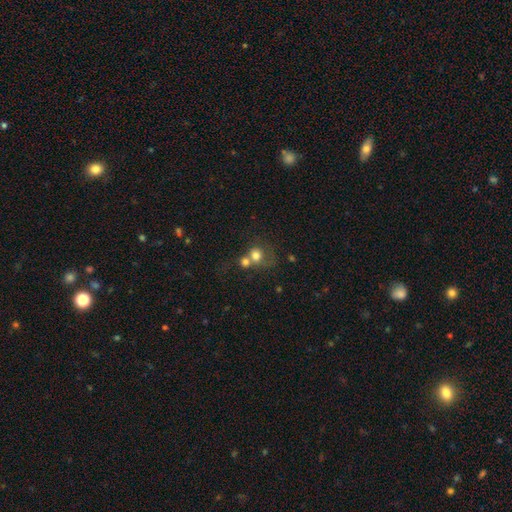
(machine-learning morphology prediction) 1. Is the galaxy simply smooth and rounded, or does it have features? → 73% smooth, 14% featured or disk, 12% star or artifact.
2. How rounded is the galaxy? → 79% round, 20% in between, 1% cigar-shaped.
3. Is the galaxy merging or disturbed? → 55% merger, 31% none, 8% minor disturbance, 6% major disturbance.